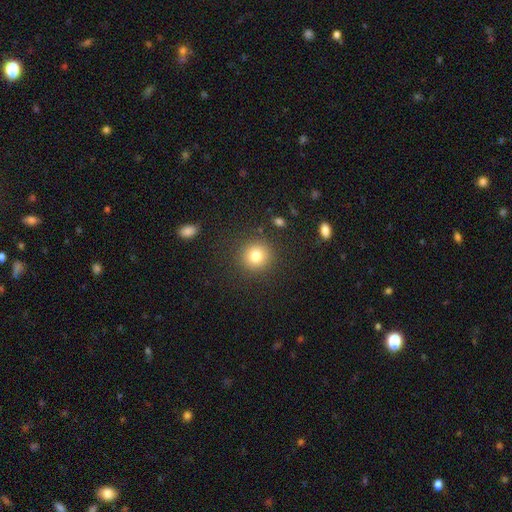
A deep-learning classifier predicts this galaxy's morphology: smooth-or-featured: smooth: 79% | star or artifact: 12% | featured or disk: 9%
  how-rounded: round: 92% | in between: 7% | cigar-shaped: 1%
  merging: none: 88% | minor disturbance: 7% | major disturbance: 3% | merger: 2%